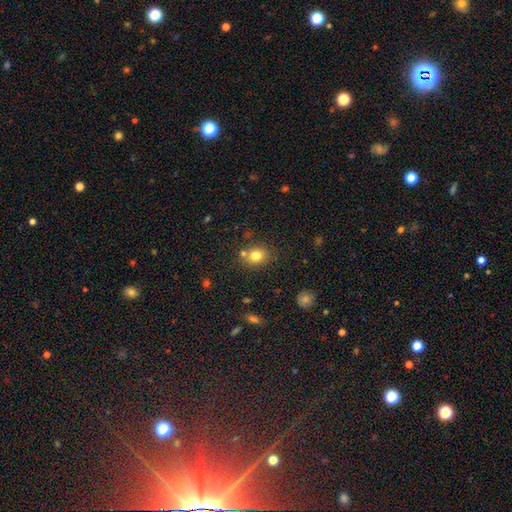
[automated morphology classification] Smooth or featured? smooth (78%)
How rounded? round (61%)
Merging? none (71%)